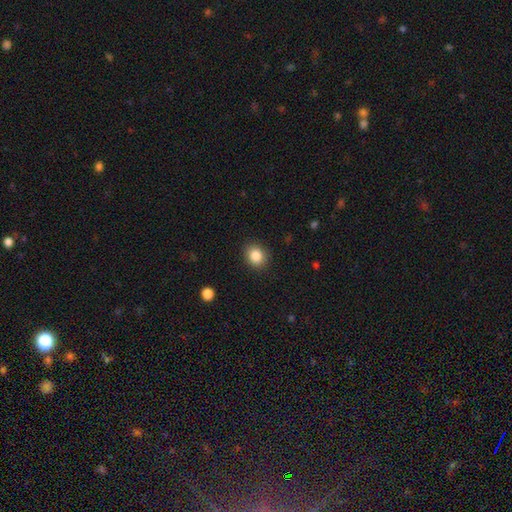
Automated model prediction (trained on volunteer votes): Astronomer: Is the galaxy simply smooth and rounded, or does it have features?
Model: smooth — 85%.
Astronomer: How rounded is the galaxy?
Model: round — 66%.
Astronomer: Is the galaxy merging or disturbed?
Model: none — 89%.